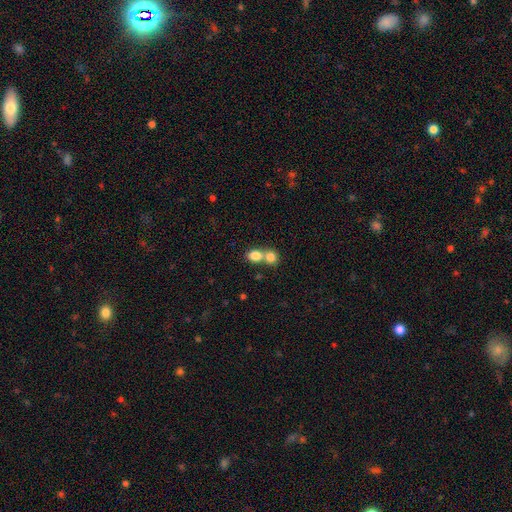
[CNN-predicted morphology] This is clearly a smooth galaxy (82%). How rounded: possibly round (56%). Merging: likely merger (61%).